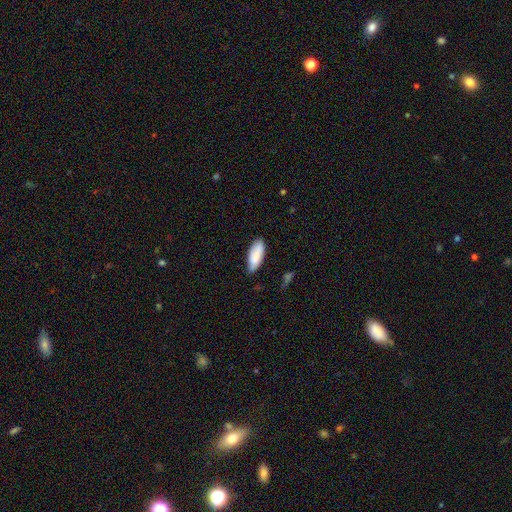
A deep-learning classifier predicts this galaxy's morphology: A smooth galaxy with no disk features (83%) that is in between round and cigar-shaped (80%). Merging: none (70%).